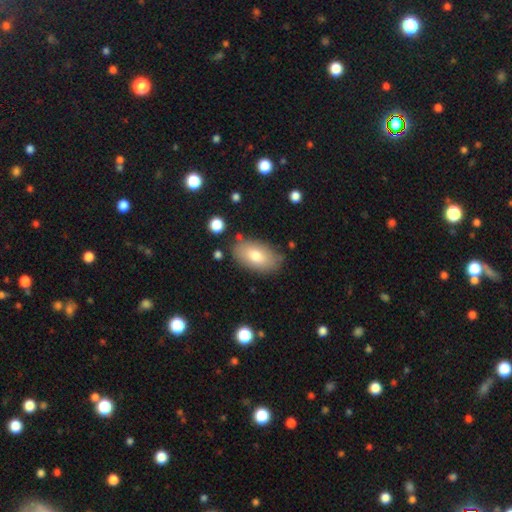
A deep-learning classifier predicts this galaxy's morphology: The model was most divided on "smooth or featured": smooth: 75%, featured or disk: 18%, star or artifact: 7%. More confident: how rounded — in between (93%); merging — none (80%).